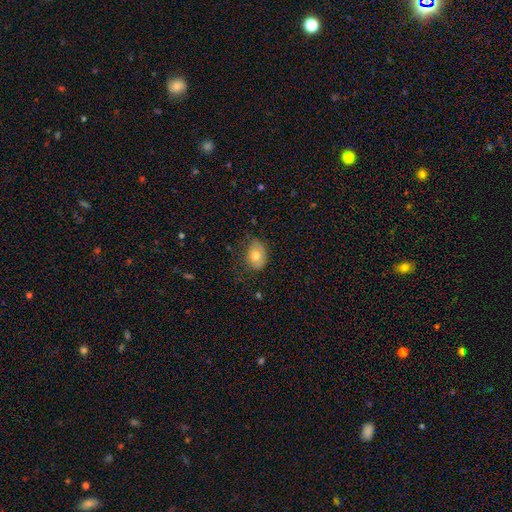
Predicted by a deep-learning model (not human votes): Q: Smooth or featured?
A: smooth (74%); runner-up: featured or disk (17%)
Q: How rounded?
A: in between (66%); runner-up: round (33%)
Q: Merging?
A: none (56%); runner-up: minor disturbance (32%)